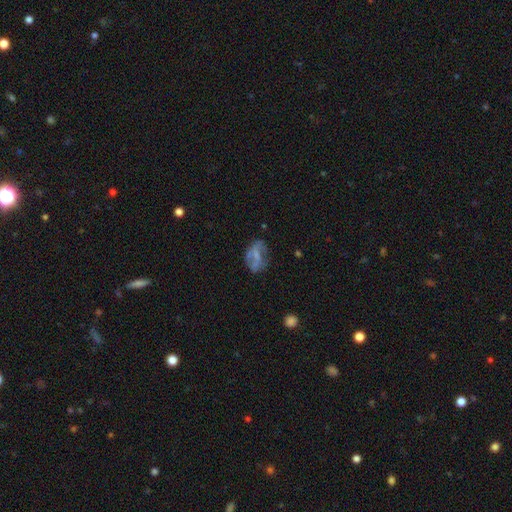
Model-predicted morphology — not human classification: type=featured or disk (52%); edge-on=no (95%); merging=none (50%).